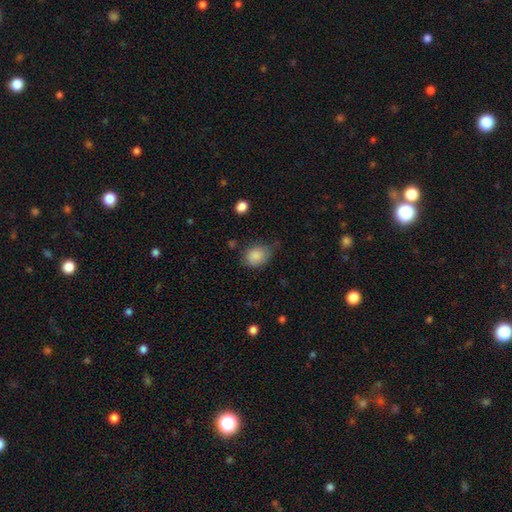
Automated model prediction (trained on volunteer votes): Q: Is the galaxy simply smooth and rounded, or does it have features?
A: smooth — 87%.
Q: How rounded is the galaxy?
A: in between — 56%.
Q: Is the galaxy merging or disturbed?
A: none — 63%.